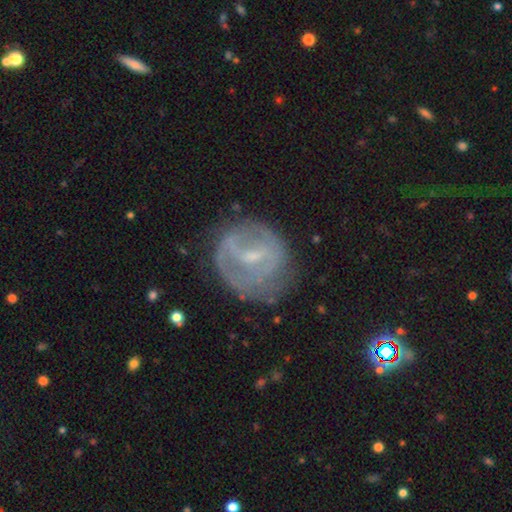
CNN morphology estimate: featured or disk 67%, smooth 23%, star or artifact 10%. Down the decision tree: edge-on disk — no (96%); bar — weak (49%); spiral arms — yes (61%); bulge size — small (62%); merging — none (65%).